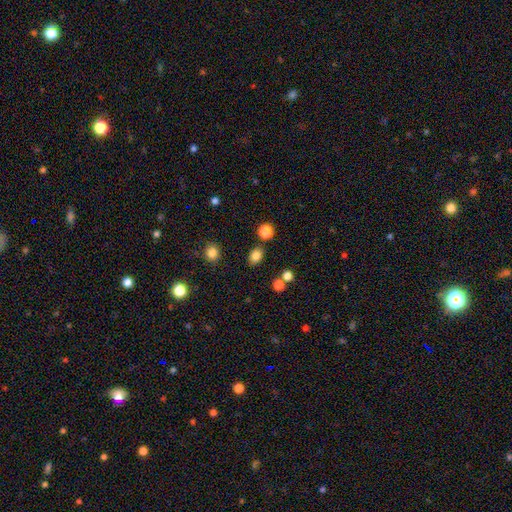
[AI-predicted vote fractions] This appears to be a smooth galaxy with no disk features (82%) that is in between round and cigar-shaped (58%). Merging: none (82%).